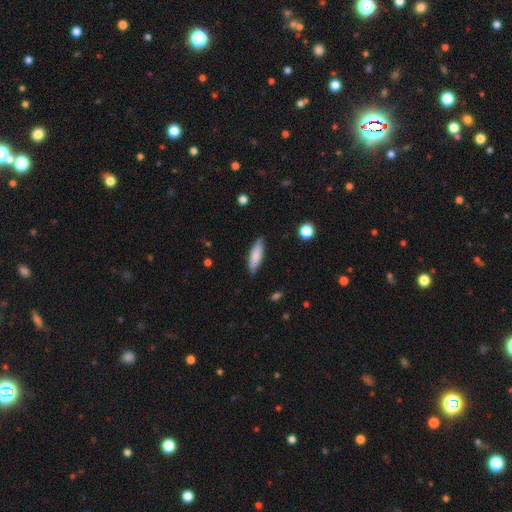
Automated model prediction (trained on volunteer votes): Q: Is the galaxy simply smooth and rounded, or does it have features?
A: smooth — 80%.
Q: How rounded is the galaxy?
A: cigar-shaped — 54%.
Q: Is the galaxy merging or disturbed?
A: none — 84%.